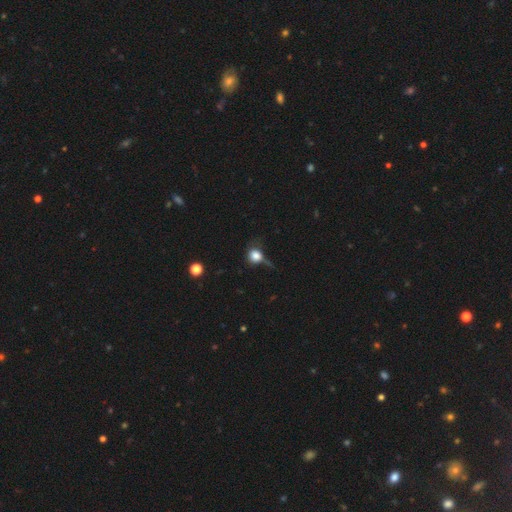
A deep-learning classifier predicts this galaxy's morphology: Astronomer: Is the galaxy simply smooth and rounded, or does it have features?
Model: smooth — 79%.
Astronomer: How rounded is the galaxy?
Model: round — 79%.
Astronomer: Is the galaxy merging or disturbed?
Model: none — 44% (runner-up: minor disturbance, 30%).